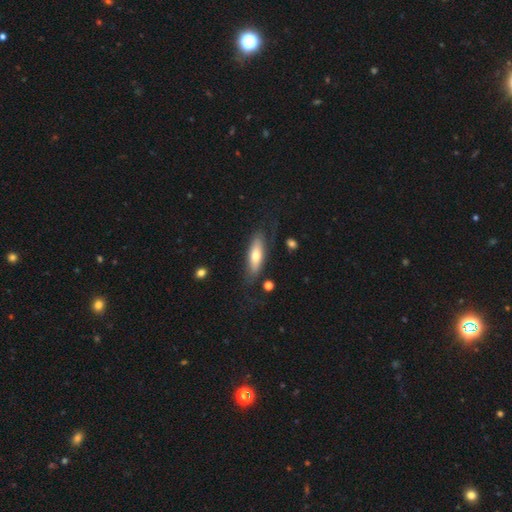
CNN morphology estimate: The model was most divided on "how rounded": in between: 54%, cigar-shaped: 44%, round: 2%. More confident: merging — none (68%); smooth or featured — smooth (56%).